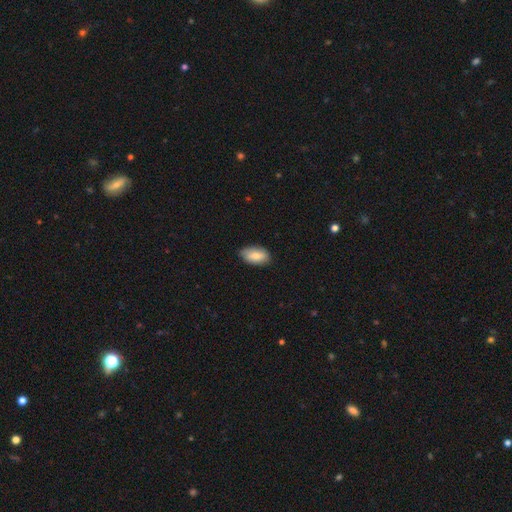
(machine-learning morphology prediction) Q: Smooth or featured?
A: smooth (79%); runner-up: featured or disk (14%)
Q: How rounded?
A: in between (93%); runner-up: round (5%)
Q: Merging?
A: none (80%); runner-up: minor disturbance (17%)